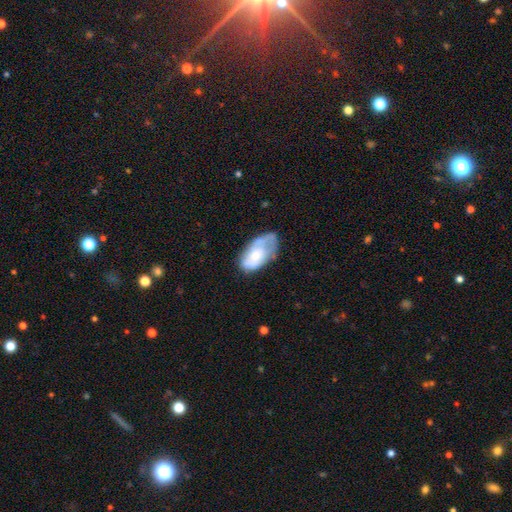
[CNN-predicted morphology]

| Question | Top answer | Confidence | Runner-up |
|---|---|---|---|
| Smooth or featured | featured or disk | 49% | smooth (45%) |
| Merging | none | 47% | minor disturbance (31%) |